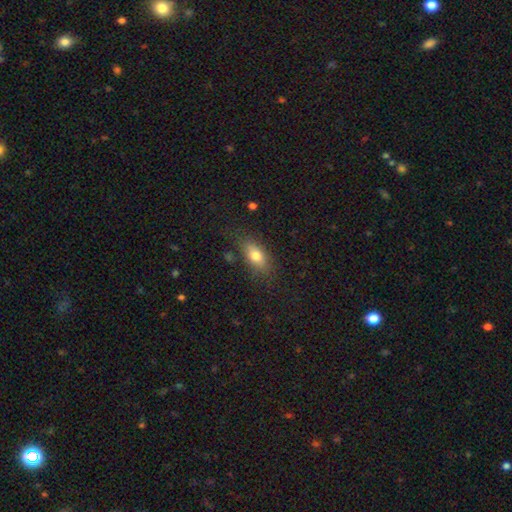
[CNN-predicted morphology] Smooth or featured: smooth — 76% (featured or disk — 15%)
How rounded: in between — 80% (cigar-shaped — 11%)
Merging: none — 75% (minor disturbance — 17%)